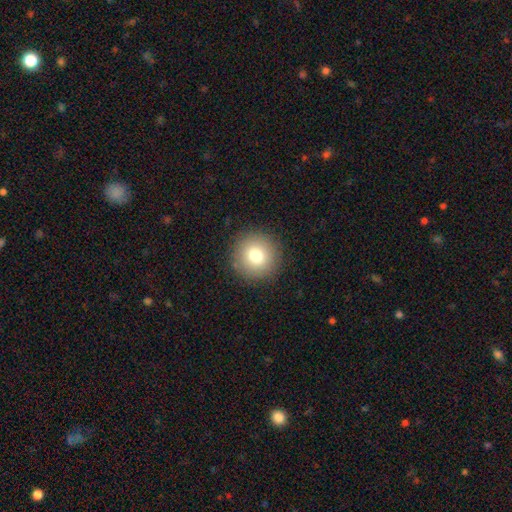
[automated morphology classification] Overall: smooth (77%). How rounded: round (95%). Merging: none (91%).